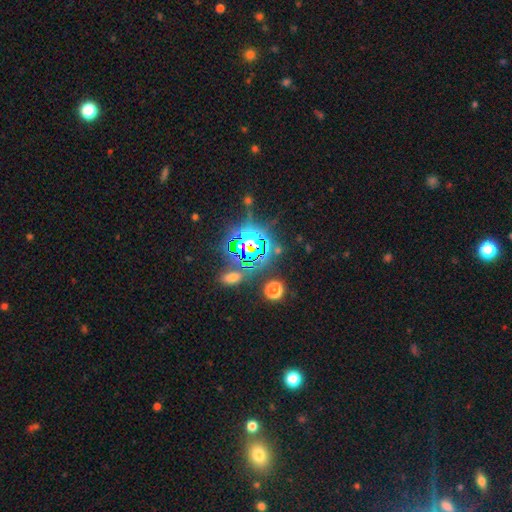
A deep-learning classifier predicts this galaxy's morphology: Q: Smooth or featured?
A: star or artifact (75%); runner-up: smooth (17%)